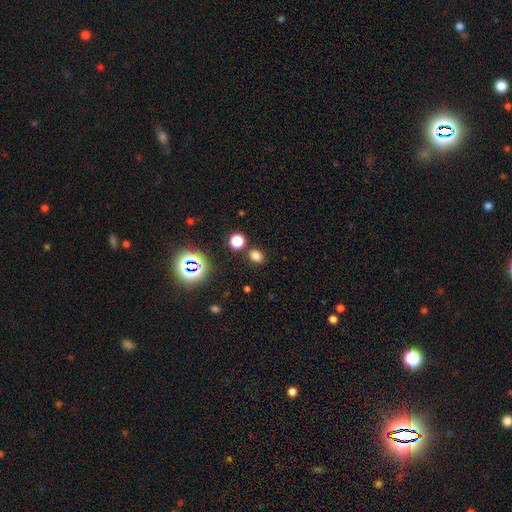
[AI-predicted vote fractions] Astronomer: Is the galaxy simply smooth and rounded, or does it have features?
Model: smooth — 72%.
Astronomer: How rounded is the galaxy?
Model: round — 55% (runner-up: in between, 44%).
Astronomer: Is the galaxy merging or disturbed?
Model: none — 81%.